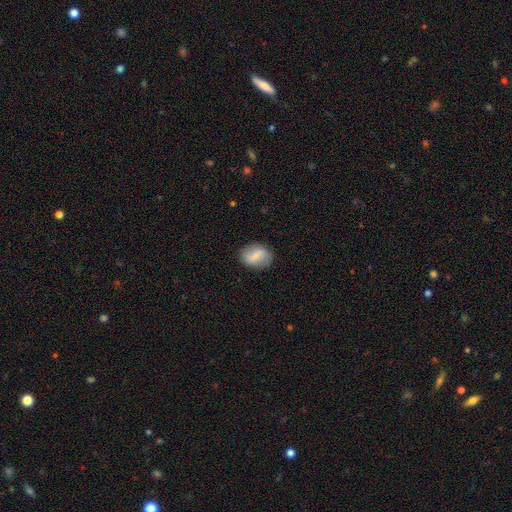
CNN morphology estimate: Overall: smooth (62%; featured or disk 30%). How rounded: in between (63%; round 35%). Merging: none (83%).